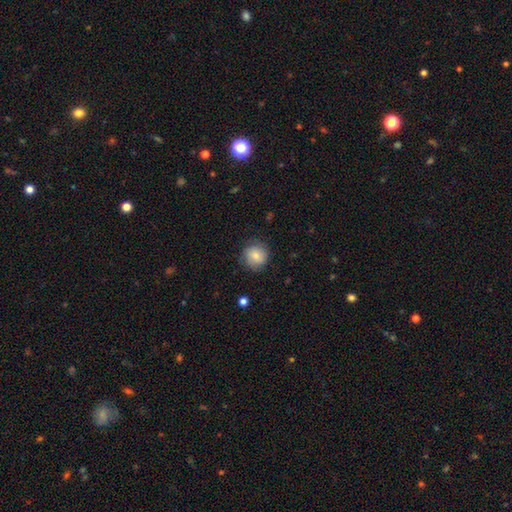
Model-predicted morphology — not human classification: Smooth or featured: smooth — 80% (featured or disk — 12%)
How rounded: round — 90% (in between — 9%)
Merging: none — 81% (minor disturbance — 14%)